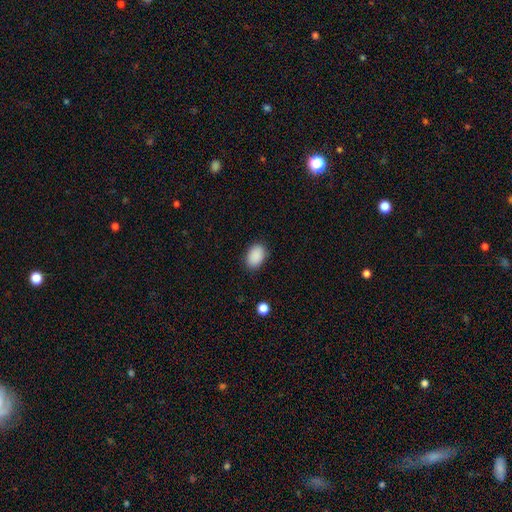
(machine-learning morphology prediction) Smooth or featured? Predicted: smooth (p=0.90). How rounded? Predicted: in between (p=0.86). Merging? Predicted: none (p=0.88).